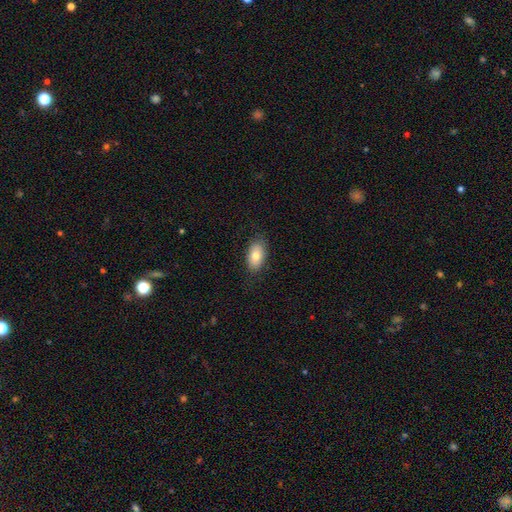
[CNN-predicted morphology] Overall: smooth (78%). How rounded: in between (92%). Merging: none (83%).